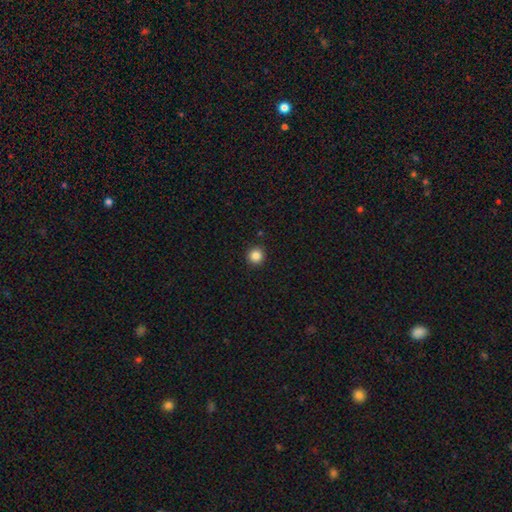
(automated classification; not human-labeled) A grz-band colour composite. It shows a smooth galaxy with no disk features (86%) that is round (96%). Merging: none (93%).